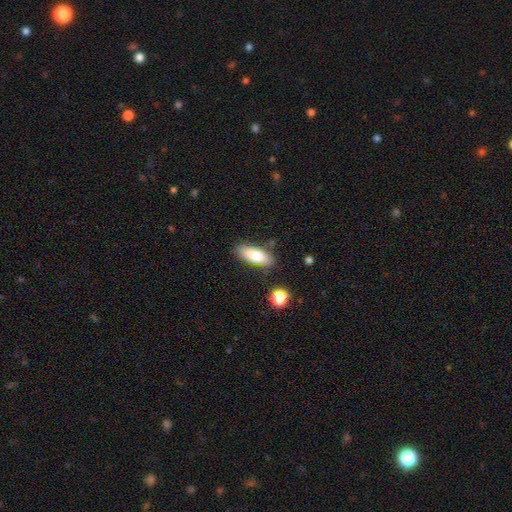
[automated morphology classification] Smooth or featured: smooth — 80% (featured or disk — 14%)
How rounded: in between — 73% (cigar-shaped — 25%)
Merging: none — 78% (minor disturbance — 14%)